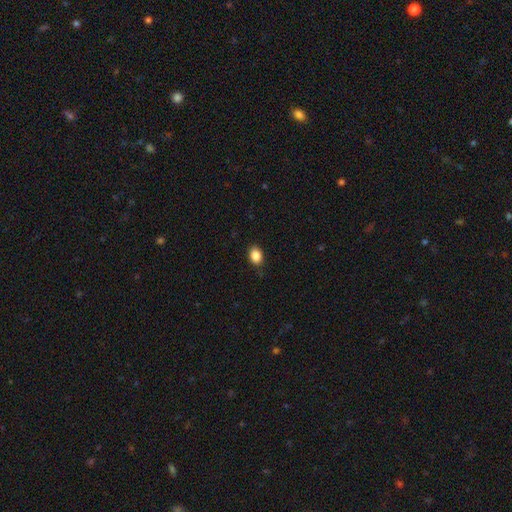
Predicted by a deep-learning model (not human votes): A smooth galaxy with no disk features (87%) that is in between round and cigar-shaped (69%). Merging: none (86%).